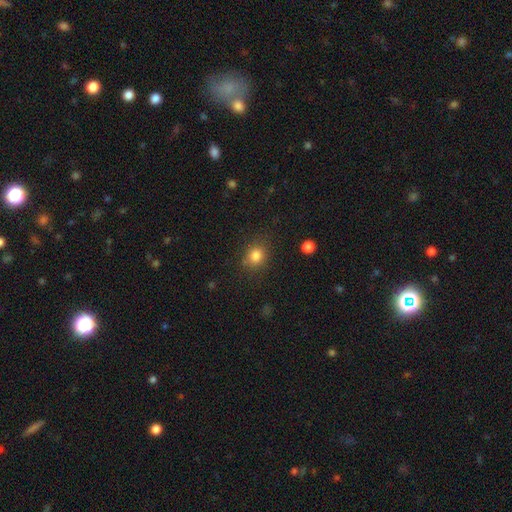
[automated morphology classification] Smooth or featured? Predicted: smooth (p=0.83). How rounded? Predicted: round (p=0.66). Merging? Predicted: none (p=0.81).